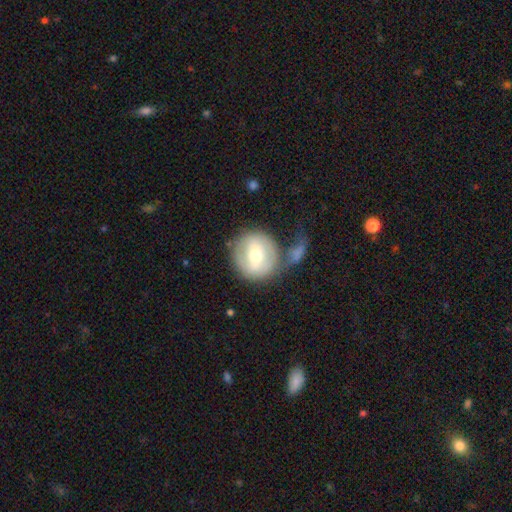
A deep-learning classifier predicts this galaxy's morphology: Smooth or featured: smooth — 49% (featured or disk — 44%)
Merging: none — 50% (merger — 20%)